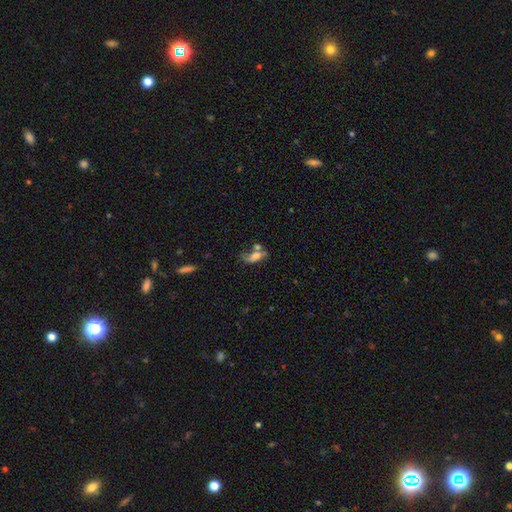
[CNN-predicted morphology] Smooth or featured: smooth — 53% (featured or disk — 34%)
How rounded: in between — 77% (cigar-shaped — 14%)
Merging: merger — 35% (none — 28%)